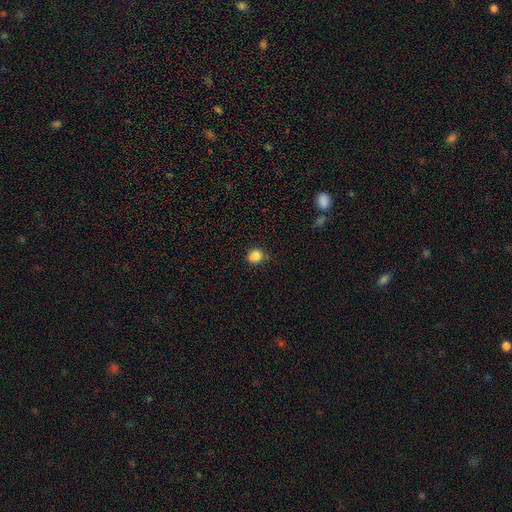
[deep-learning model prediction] Smooth or featured? smooth (84%)
How rounded? round (81%)
Merging? none (79%)